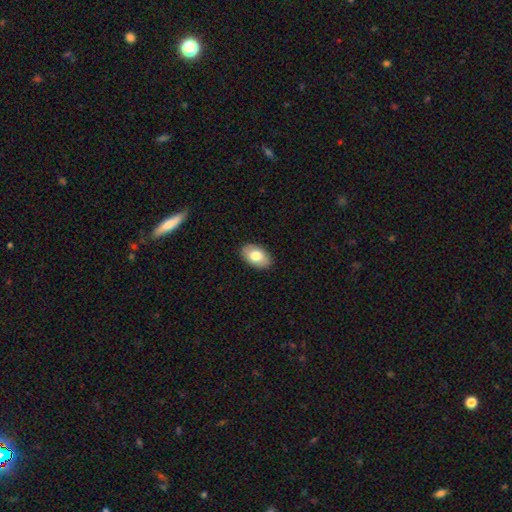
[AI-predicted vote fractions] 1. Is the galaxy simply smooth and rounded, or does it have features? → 79% smooth, 15% featured or disk, 6% star or artifact.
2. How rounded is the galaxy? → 92% in between, 7% round, 1% cigar-shaped.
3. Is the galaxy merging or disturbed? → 89% none, 8% minor disturbance, 2% major disturbance, 1% merger.